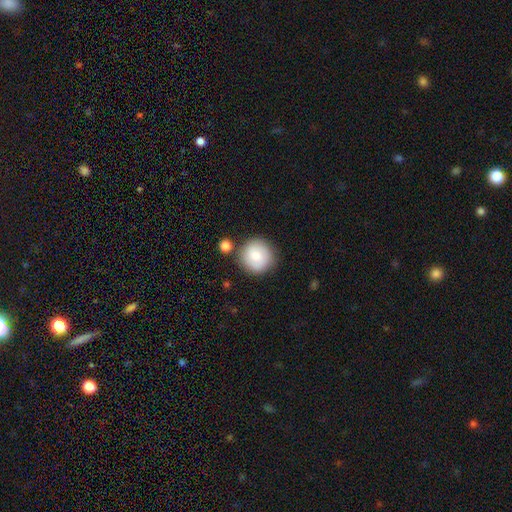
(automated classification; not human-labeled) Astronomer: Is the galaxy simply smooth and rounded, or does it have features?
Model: smooth — 79%.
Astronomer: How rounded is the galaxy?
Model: round — 94%.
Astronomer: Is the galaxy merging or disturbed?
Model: none — 77%.